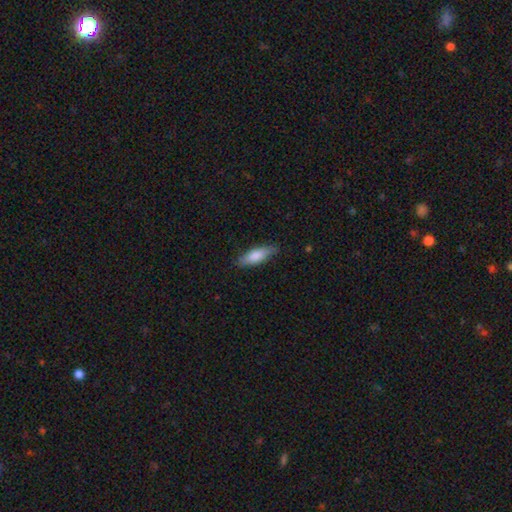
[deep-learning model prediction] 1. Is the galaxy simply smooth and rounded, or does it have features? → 80% smooth, 14% featured or disk, 5% star or artifact.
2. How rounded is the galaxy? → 56% in between, 42% cigar-shaped, 2% round.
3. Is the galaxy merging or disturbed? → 82% none, 14% minor disturbance, 3% major disturbance, 1% merger.